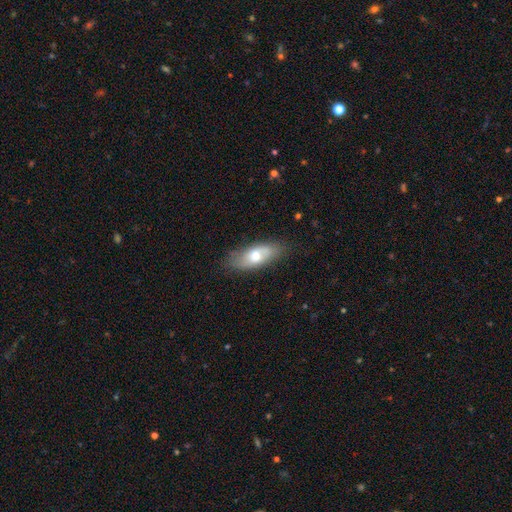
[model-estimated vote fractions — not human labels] This appears to be a smooth galaxy with no disk features (60%) that is in between round and cigar-shaped (78%). Merging: none (78%).